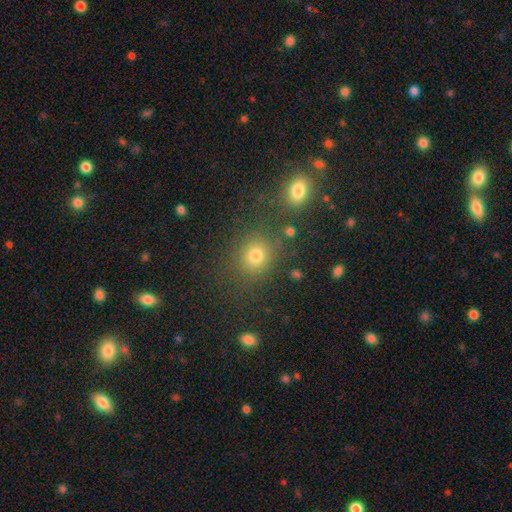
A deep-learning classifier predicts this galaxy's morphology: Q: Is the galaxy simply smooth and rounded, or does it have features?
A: smooth — 75%.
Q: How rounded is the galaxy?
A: round — 74%.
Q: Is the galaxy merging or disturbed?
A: none — 78%.